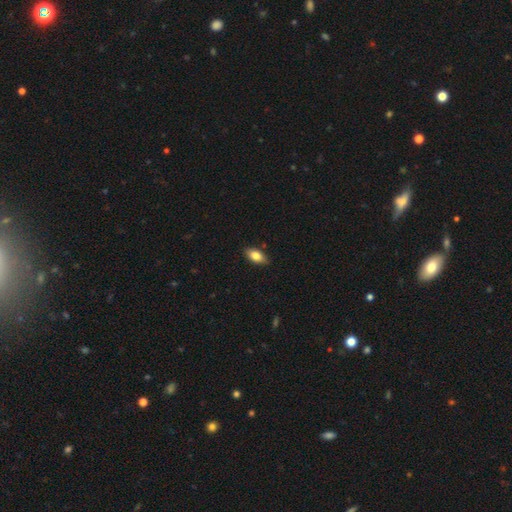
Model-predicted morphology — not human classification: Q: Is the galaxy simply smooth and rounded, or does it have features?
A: smooth — 82%.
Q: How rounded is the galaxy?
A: in between — 90%.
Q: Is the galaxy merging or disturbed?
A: none — 85%.